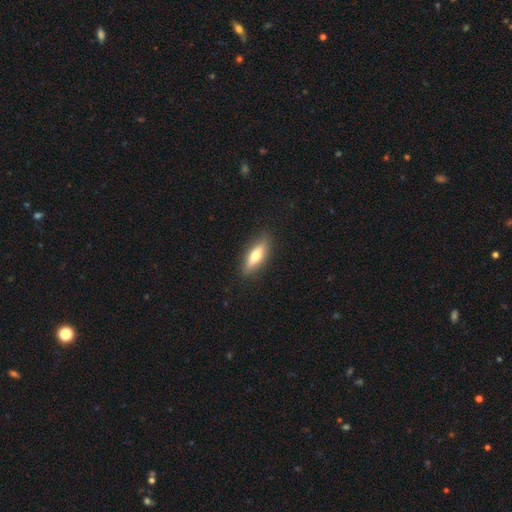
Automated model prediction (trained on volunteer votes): Smooth or featured? Predicted: smooth (p=0.55). How rounded? Predicted: cigar-shaped (p=0.54). Merging? Predicted: none (p=0.87).